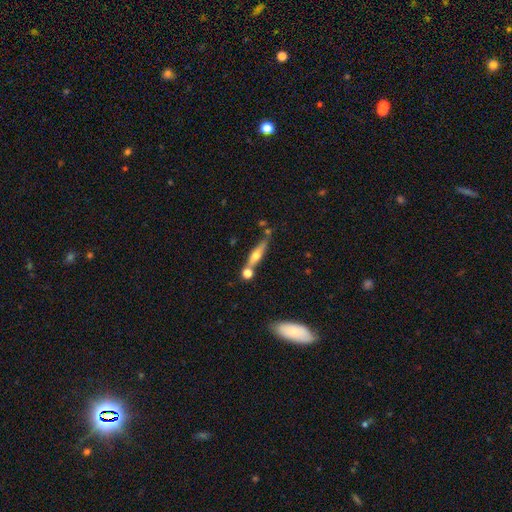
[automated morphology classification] Smooth or featured? featured or disk (48%)
Merging? none (62%)